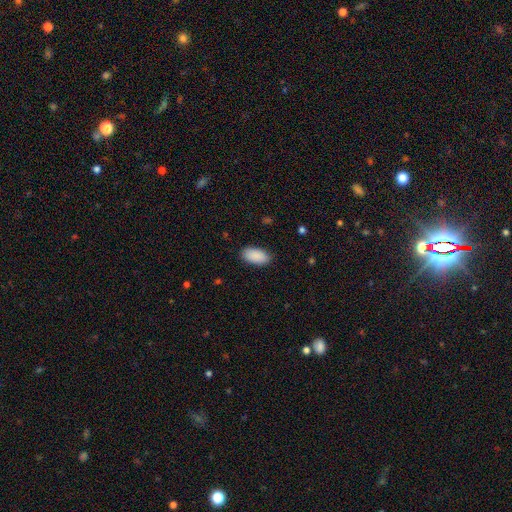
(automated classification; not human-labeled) A smooth galaxy with no disk features (91%) that is in between round and cigar-shaped (95%). Merging: none (88%).